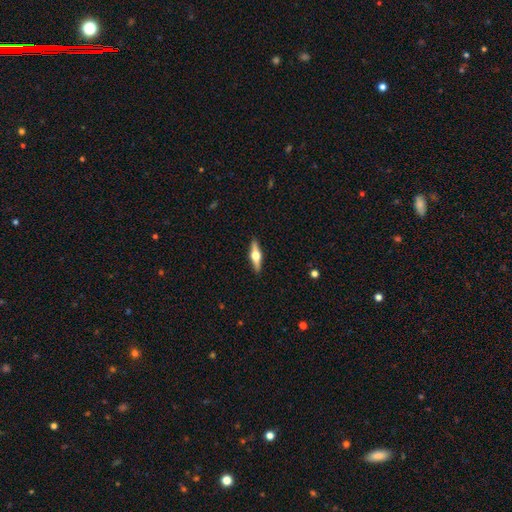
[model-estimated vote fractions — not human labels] smooth_or_featured: featured or disk (p=0.66) [alt: smooth p=0.28]
disk_edge_on: yes (p=0.97) [alt: no p=0.03]
edge_on_bulge: rounded (p=0.96) [alt: boxy p=0.03]
merging: none (p=0.91) [alt: minor disturbance p=0.07]